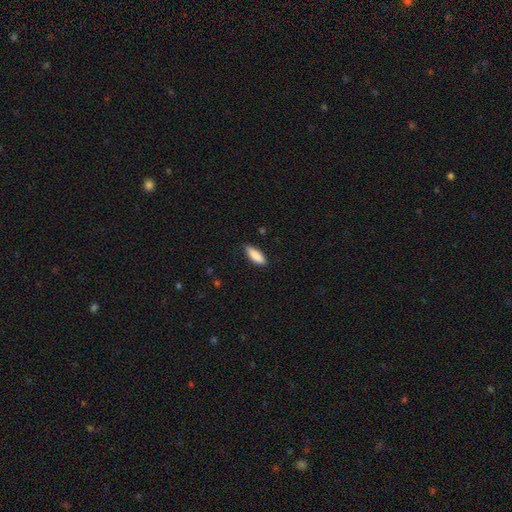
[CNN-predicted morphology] The model was most divided on "how rounded": in between: 64%, cigar-shaped: 35%, round: 2%. More confident: smooth or featured — smooth (88%); merging — none (84%).